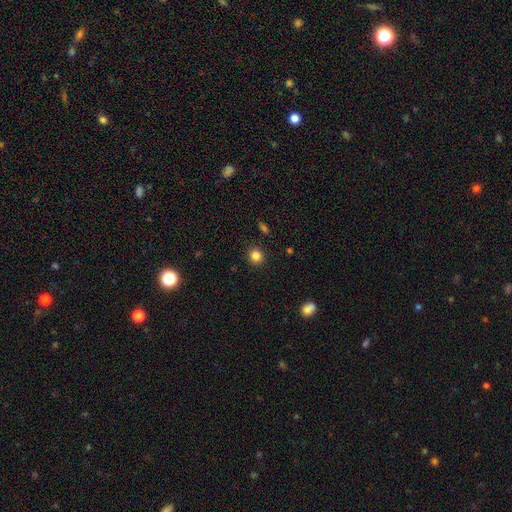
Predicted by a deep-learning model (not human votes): Overall: smooth (84%). How rounded: round (89%). Merging: none (91%).